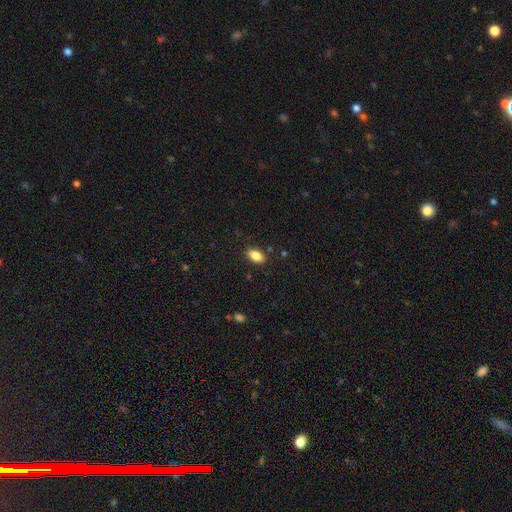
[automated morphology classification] Smooth or featured?
  - smooth: 85% *
  - star or artifact: 8%
  - featured or disk: 7%
How rounded?
  - in between: 91% *
  - round: 6%
  - cigar-shaped: 3%
Merging?
  - none: 87% *
  - minor disturbance: 9%
  - major disturbance: 2%
  - merger: 2%